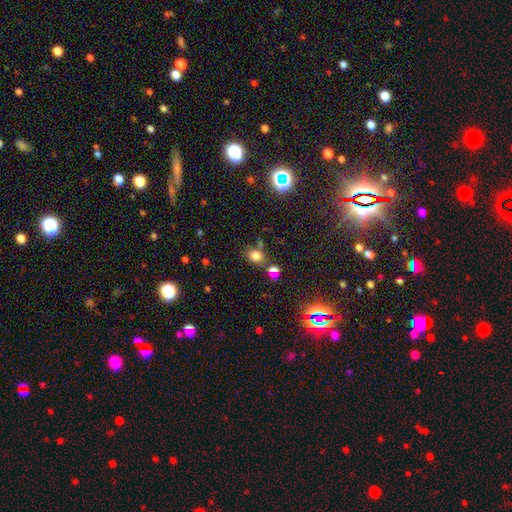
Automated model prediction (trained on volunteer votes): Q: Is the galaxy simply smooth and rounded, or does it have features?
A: smooth — 75%.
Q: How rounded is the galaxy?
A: round — 59%.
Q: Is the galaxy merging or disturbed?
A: none — 69%.